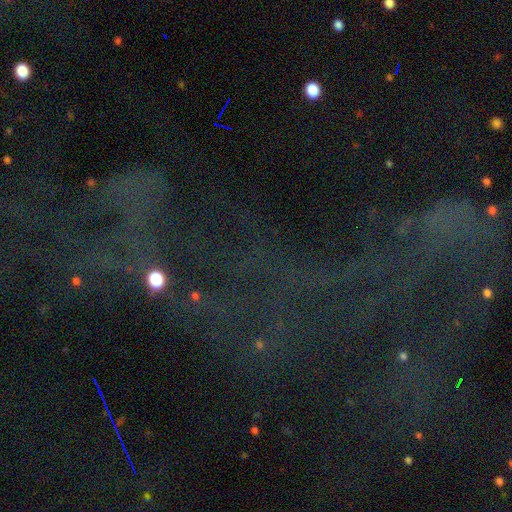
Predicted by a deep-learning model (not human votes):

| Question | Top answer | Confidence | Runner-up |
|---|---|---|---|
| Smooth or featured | star or artifact | 66% | featured or disk (19%) |